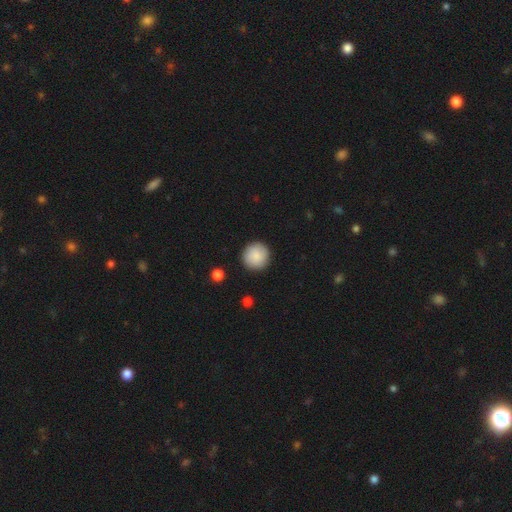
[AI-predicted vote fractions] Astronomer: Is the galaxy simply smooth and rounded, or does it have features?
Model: smooth — 88%.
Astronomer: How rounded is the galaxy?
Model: round — 95%.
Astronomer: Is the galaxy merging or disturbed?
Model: none — 91%.